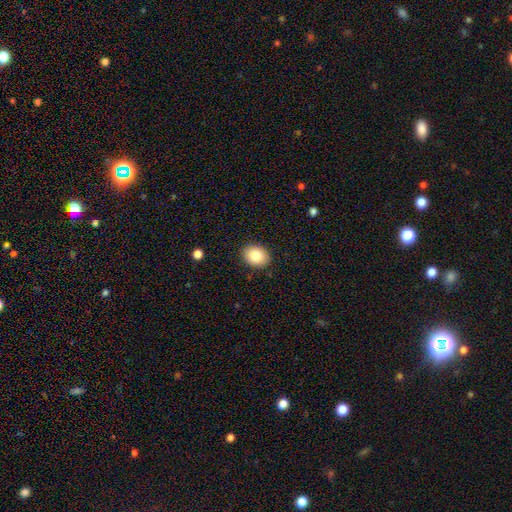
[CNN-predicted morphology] This is clearly a smooth galaxy (84%). How rounded: possibly in between (57%). Merging: clearly none (89%).